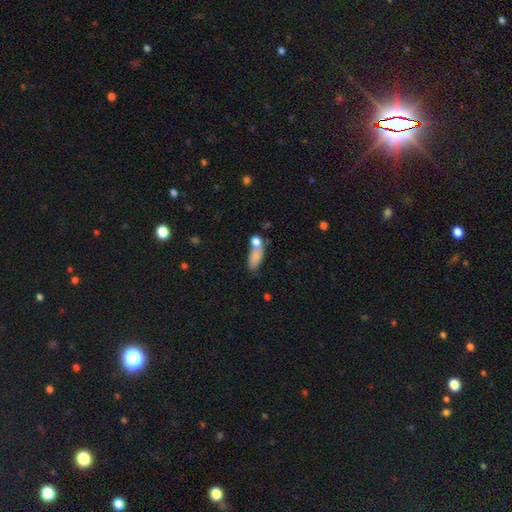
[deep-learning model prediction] This is likely a smooth galaxy (78%). How rounded: likely in between (76%). Merging: marginally merger (38%).